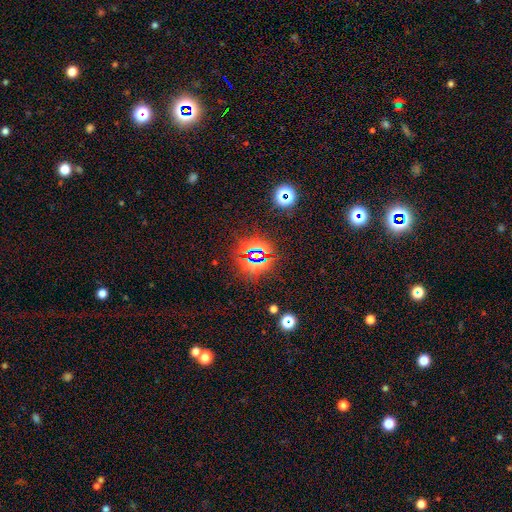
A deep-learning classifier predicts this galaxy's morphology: star or artifact 79%, smooth 12%, featured or disk 9%.